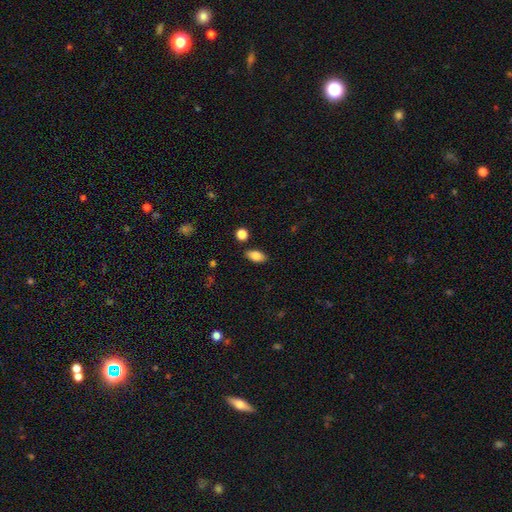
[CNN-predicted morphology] smooth-or-featured: smooth: 82% | featured or disk: 10% | star or artifact: 8%
  how-rounded: in between: 89% | round: 6% | cigar-shaped: 5%
  merging: none: 84% | minor disturbance: 10% | merger: 3% | major disturbance: 2%